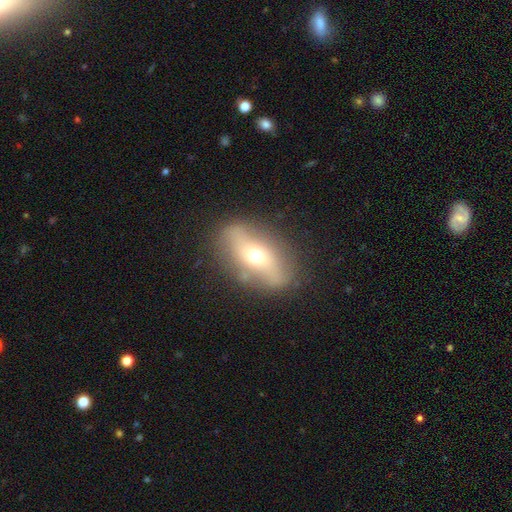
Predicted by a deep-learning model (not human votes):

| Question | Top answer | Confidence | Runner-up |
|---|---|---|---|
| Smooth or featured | featured or disk | 56% | smooth (36%) |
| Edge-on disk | no | 68% | yes (32%) |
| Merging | none | 81% | minor disturbance (13%) |